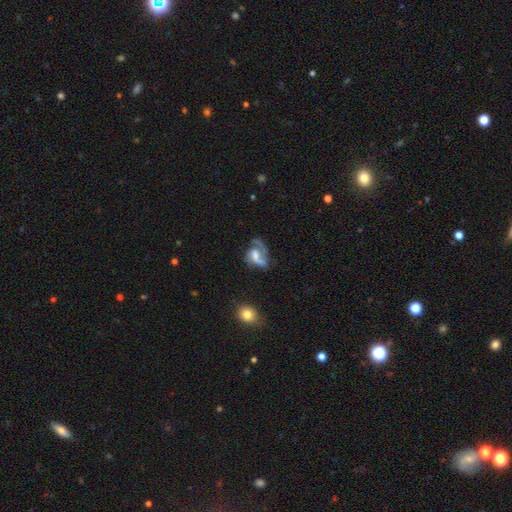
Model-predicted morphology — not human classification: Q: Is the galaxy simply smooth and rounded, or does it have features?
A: featured or disk — 75%.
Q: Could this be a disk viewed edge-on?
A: no — 97%.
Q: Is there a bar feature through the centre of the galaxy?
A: weak — 43%.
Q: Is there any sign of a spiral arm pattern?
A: yes — 89%.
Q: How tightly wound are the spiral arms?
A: loose — 43%, tied with medium.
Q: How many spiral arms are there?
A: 2 — 65%.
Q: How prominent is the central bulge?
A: moderate — 38%.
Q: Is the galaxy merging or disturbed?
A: none — 40%.